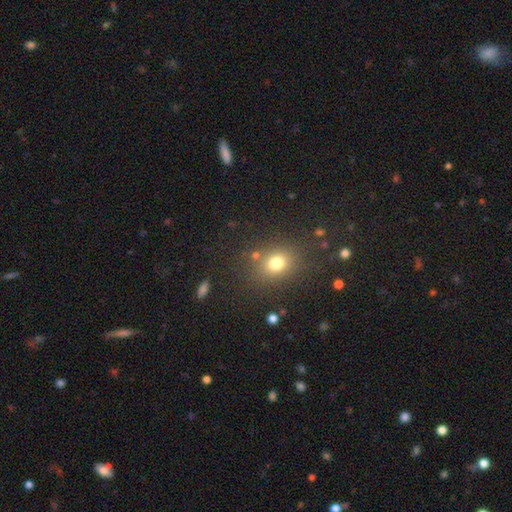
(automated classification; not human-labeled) Smooth or featured?
  - smooth: 72% *
  - star or artifact: 19%
  - featured or disk: 9%
How rounded?
  - round: 62% *
  - in between: 36%
  - cigar-shaped: 1%
Merging?
  - none: 80% *
  - minor disturbance: 11%
  - merger: 5%
  - major disturbance: 4%